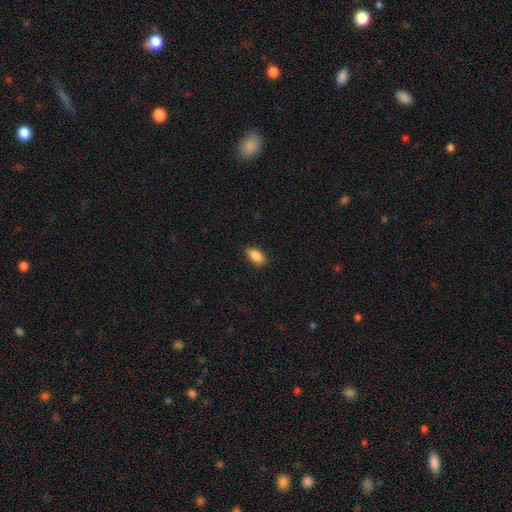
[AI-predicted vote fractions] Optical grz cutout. It shows a smooth galaxy with no disk features (88%) that is in between round and cigar-shaped (91%). Merging: none (85%).